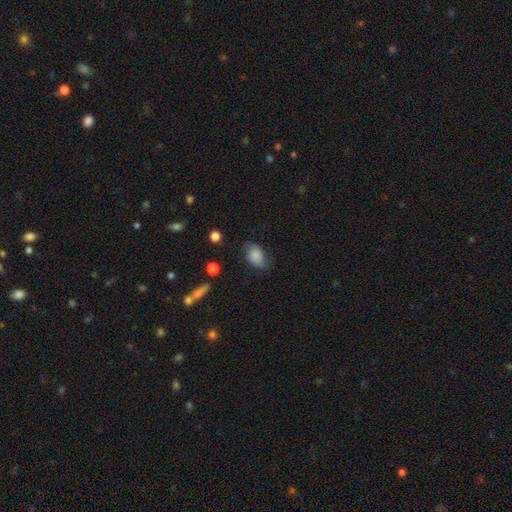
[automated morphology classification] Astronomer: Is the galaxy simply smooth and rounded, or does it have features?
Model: smooth — 67%.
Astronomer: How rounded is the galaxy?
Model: in between — 76%.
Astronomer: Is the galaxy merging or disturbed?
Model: none — 56%.